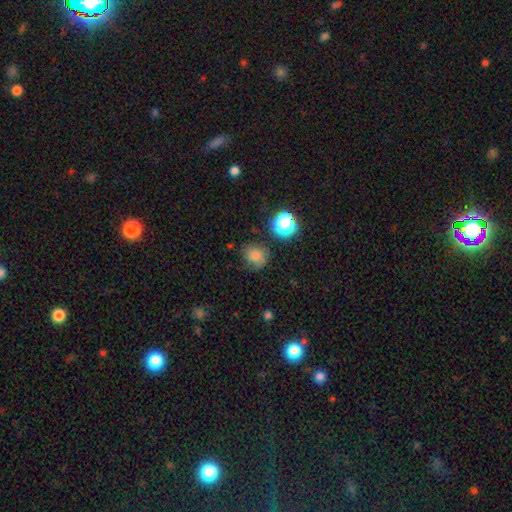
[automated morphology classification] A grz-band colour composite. It shows a smooth galaxy with no disk features (75%) that is round (74%). Merging: none (69%).